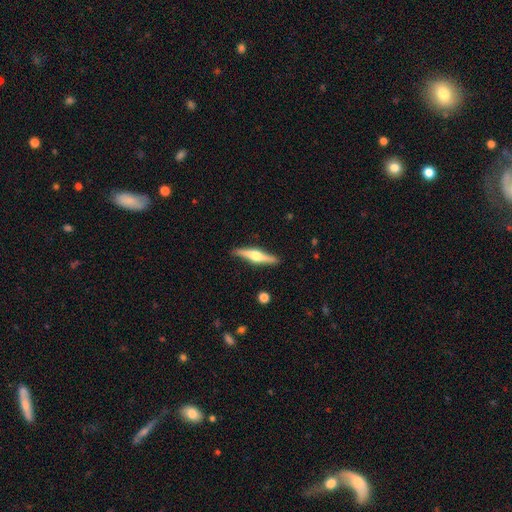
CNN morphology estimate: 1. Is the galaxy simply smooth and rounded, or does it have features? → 67% featured or disk, 28% smooth, 5% star or artifact.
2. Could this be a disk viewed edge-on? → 97% yes, 3% no.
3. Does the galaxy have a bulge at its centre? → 94% rounded, 4% boxy, 3% none.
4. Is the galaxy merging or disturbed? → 89% none, 8% minor disturbance, 2% major disturbance, 1% merger.